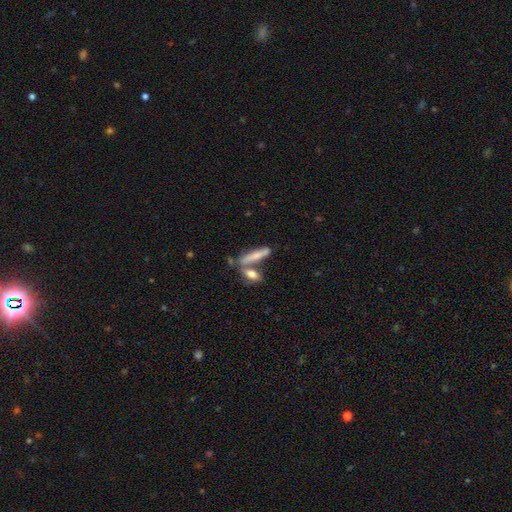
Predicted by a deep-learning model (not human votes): A smooth galaxy with no disk features (65%) that is cigar-shaped (74%).

Vote fractions:
- Smooth or featured? smooth: 65% / featured or disk: 28% / star or artifact: 8%
- How rounded? cigar-shaped: 74% / in between: 24% / round: 3%
- Merging? none: 49% / merger: 34% / minor disturbance: 12% / major disturbance: 5%